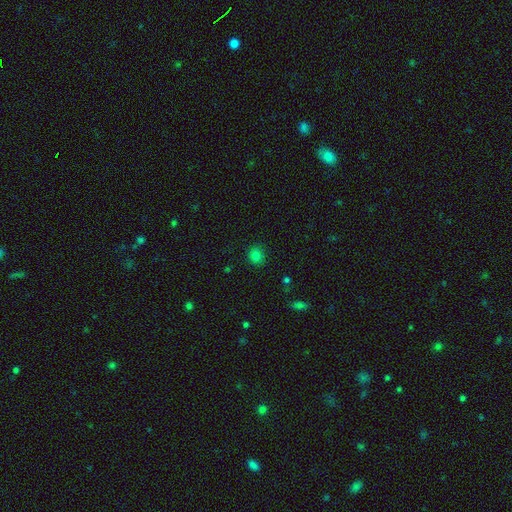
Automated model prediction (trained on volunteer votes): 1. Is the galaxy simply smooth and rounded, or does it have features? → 80% smooth, 15% star or artifact, 5% featured or disk.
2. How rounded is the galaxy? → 82% round, 17% in between, 1% cigar-shaped.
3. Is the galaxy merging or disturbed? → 87% none, 9% minor disturbance, 2% major disturbance, 1% merger.